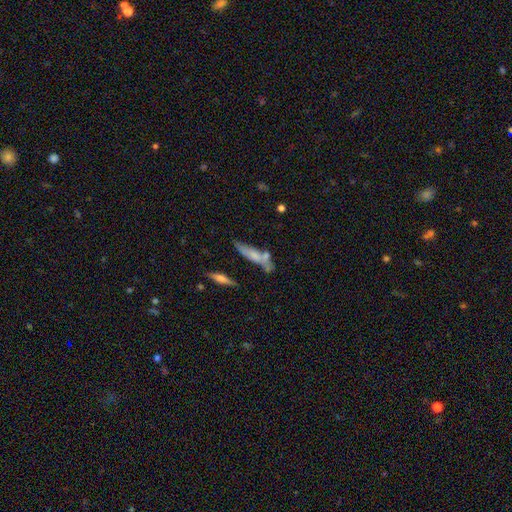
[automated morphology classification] smooth_or_featured: smooth (p=0.54) [alt: featured or disk p=0.37]
how_rounded: cigar-shaped (p=0.71) [alt: in between p=0.26]
merging: none (p=0.49) [alt: merger p=0.22]